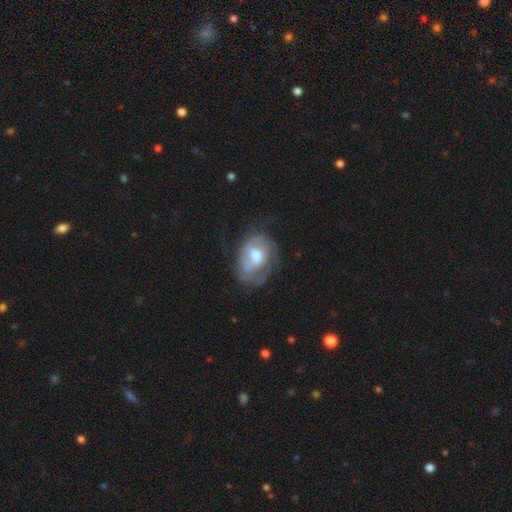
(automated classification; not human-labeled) Overall: featured or disk (68%). Edge-on disk: no (97%). Bar: no (47%; weak 42%). Spiral arms: yes (72%). Bulge size: moderate (63%). Merging: none (48%; minor disturbance 26%).